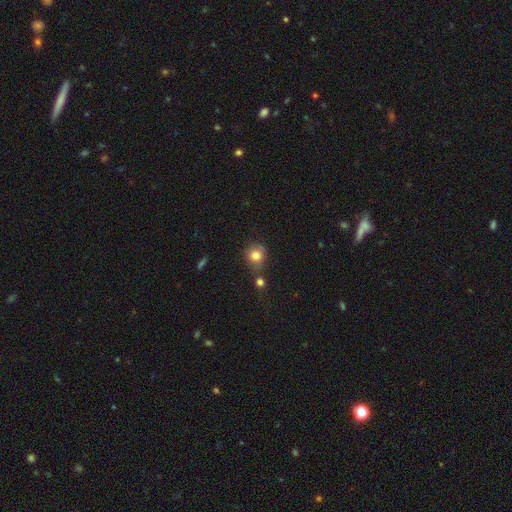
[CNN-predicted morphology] smooth-or-featured: smooth: 81% | star or artifact: 11% | featured or disk: 9%
  how-rounded: round: 85% | in between: 14% | cigar-shaped: 1%
  merging: none: 65% | minor disturbance: 16% | merger: 14% | major disturbance: 5%